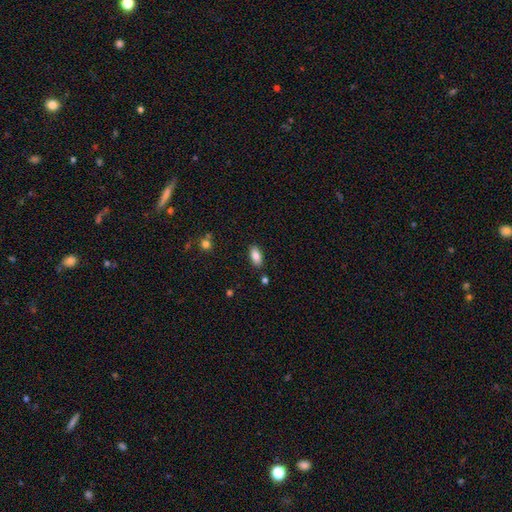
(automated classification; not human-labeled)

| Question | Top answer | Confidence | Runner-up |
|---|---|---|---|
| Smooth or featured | smooth | 86% | star or artifact (8%) |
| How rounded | in between | 90% | cigar-shaped (7%) |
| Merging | none | 85% | minor disturbance (10%) |